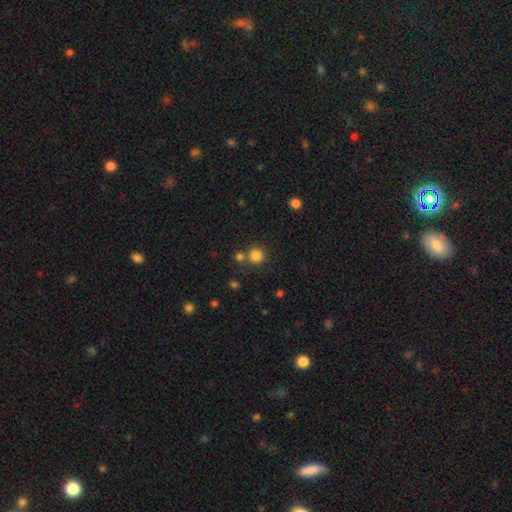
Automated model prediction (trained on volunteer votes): A smooth galaxy with no disk features (82%) that is round (93%).

Vote fractions:
- Smooth or featured? smooth: 82% / star or artifact: 13% / featured or disk: 5%
- How rounded? round: 93% / in between: 6% / cigar-shaped: 1%
- Merging? none: 72% / merger: 17% / minor disturbance: 8% / major disturbance: 3%